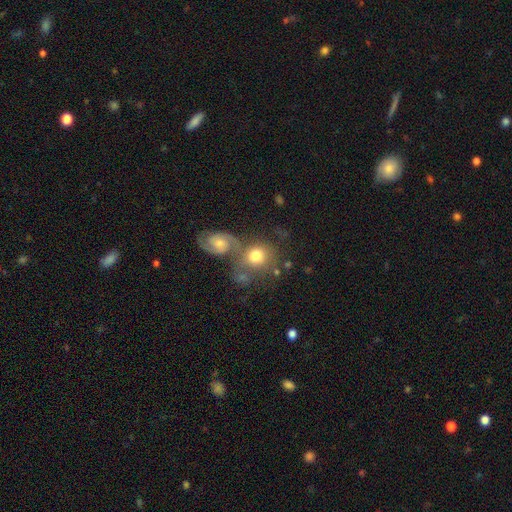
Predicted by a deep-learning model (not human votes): smooth_or_featured: smooth (p=0.59) [alt: featured or disk p=0.32]
how_rounded: round (p=0.74) [alt: in between p=0.25]
merging: merger (p=0.45) [alt: none p=0.36]